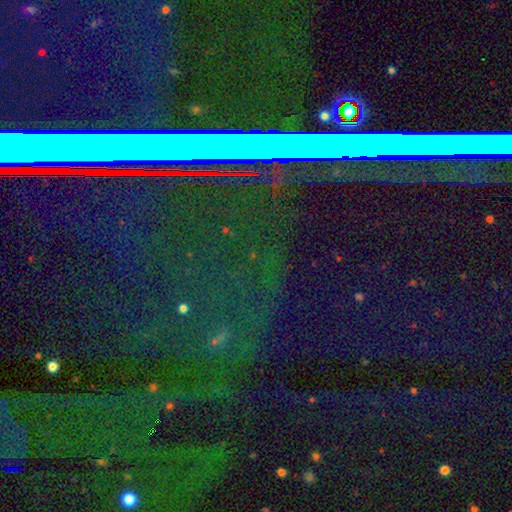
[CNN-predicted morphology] type=star or artifact (85%).